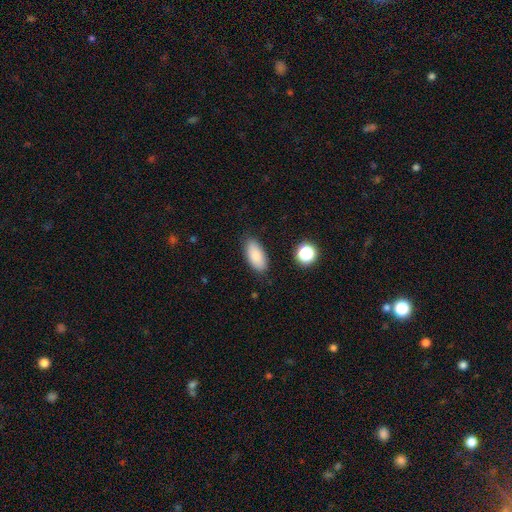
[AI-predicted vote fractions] A smooth galaxy with no disk features (86%) that is in between round and cigar-shaped (89%).

Vote fractions:
- Smooth or featured? smooth: 86% / star or artifact: 8% / featured or disk: 6%
- How rounded? in between: 89% / cigar-shaped: 8% / round: 3%
- Merging? none: 85% / minor disturbance: 11% / major disturbance: 3% / merger: 2%